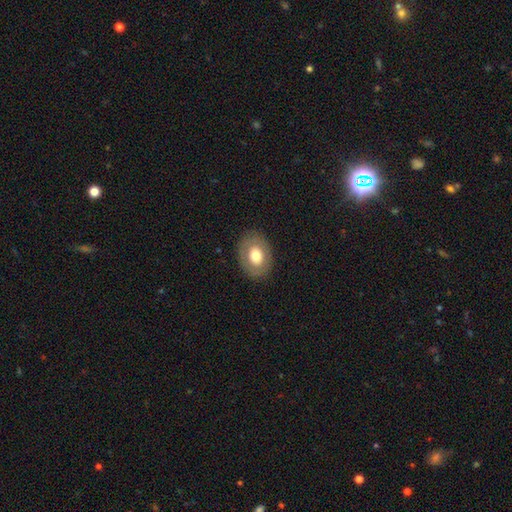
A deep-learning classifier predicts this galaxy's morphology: The model was most divided on "smooth or featured": smooth: 63%, featured or disk: 30%, star or artifact: 7%. More confident: merging — none (84%); how rounded — in between (70%).